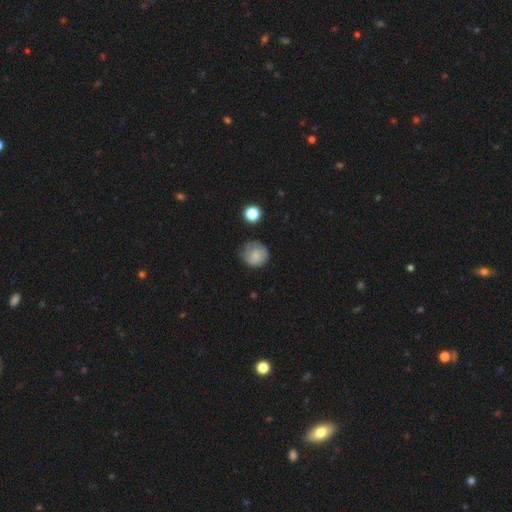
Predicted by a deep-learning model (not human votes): This is likely a smooth galaxy (78%). How rounded: clearly round (86%). Merging: likely none (63%).